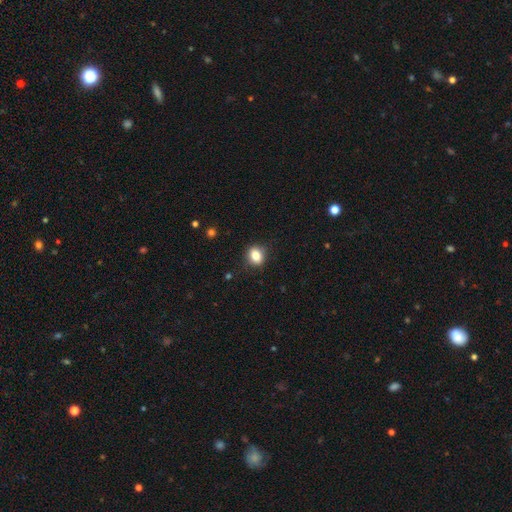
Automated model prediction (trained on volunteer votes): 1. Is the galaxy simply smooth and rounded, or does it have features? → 82% smooth, 10% star or artifact, 8% featured or disk.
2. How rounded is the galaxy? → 57% round, 42% in between, 1% cigar-shaped.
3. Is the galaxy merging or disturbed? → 84% none, 12% minor disturbance, 3% major disturbance, 1% merger.